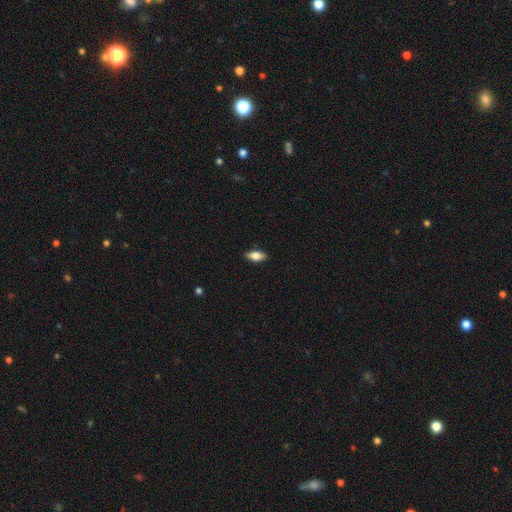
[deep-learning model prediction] Smooth or featured: smooth — 73% (featured or disk — 20%)
How rounded: in between — 80% (cigar-shaped — 17%)
Merging: none — 89% (minor disturbance — 8%)